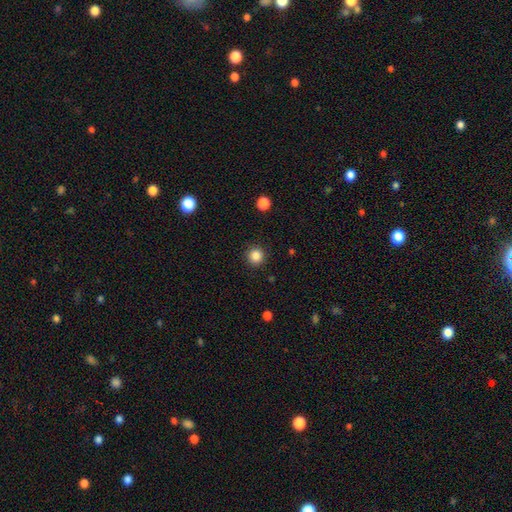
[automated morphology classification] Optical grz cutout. It shows a smooth galaxy with no disk features (85%) that is round (94%). Merging: none (91%).